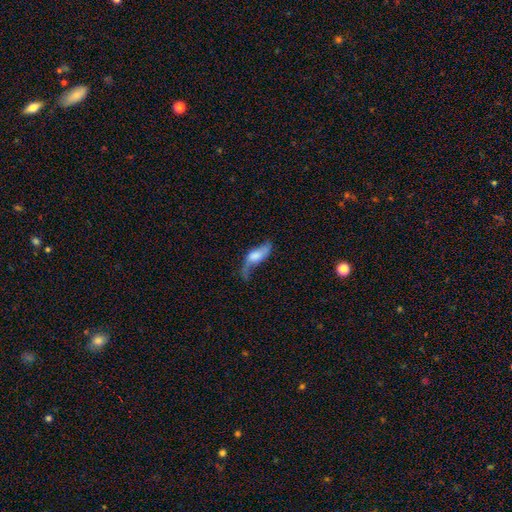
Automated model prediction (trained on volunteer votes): Morphology: type=featured or disk (51%); edge-on=no (79%); merging=none (37%).